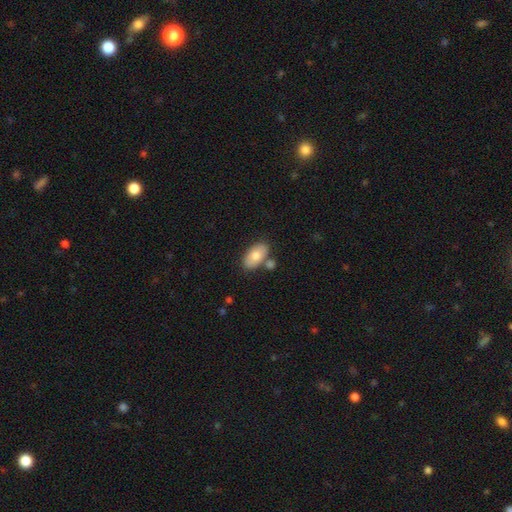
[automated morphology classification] Smooth or featured: smooth — 77% (featured or disk — 17%)
How rounded: in between — 94% (round — 5%)
Merging: none — 68% (merger — 16%)